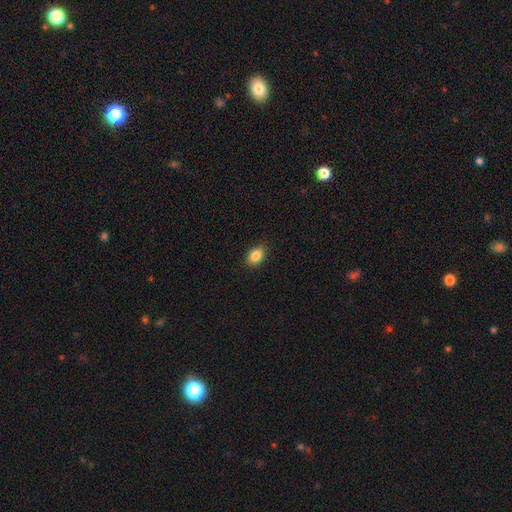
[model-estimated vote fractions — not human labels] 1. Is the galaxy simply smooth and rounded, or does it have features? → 86% smooth, 9% star or artifact, 5% featured or disk.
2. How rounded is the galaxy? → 74% in between, 25% round, 1% cigar-shaped.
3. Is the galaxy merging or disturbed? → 86% none, 11% minor disturbance, 2% major disturbance, 1% merger.